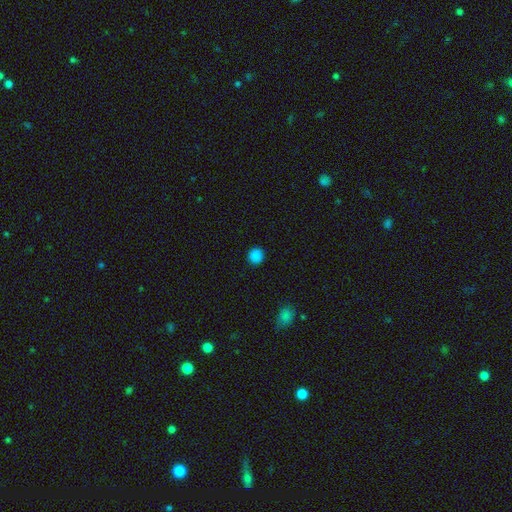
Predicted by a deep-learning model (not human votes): Q: Smooth or featured?
A: smooth (85%); runner-up: star or artifact (12%)
Q: How rounded?
A: round (91%); runner-up: in between (8%)
Q: Merging?
A: none (92%); runner-up: minor disturbance (5%)